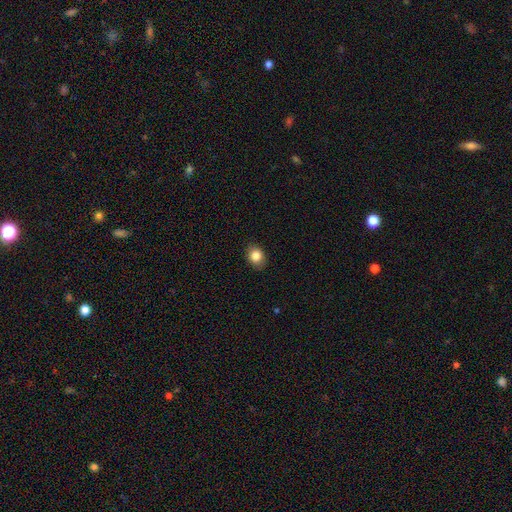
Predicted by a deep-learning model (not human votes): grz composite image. It shows a smooth galaxy with no disk features (85%) that is round (50%). Merging: none (86%).